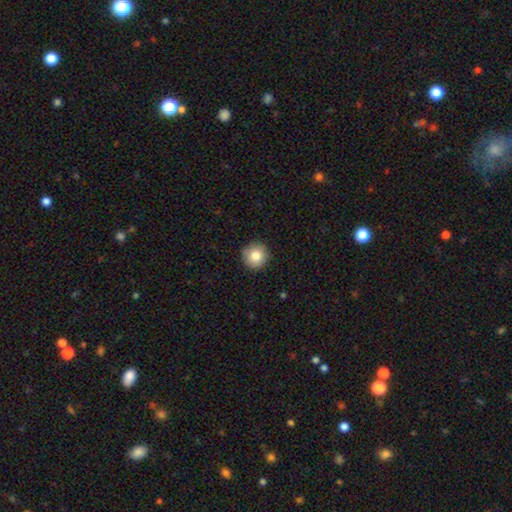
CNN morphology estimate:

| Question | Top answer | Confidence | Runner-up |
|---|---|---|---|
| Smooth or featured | smooth | 81% | featured or disk (10%) |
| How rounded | round | 95% | in between (5%) |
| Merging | none | 90% | minor disturbance (7%) |